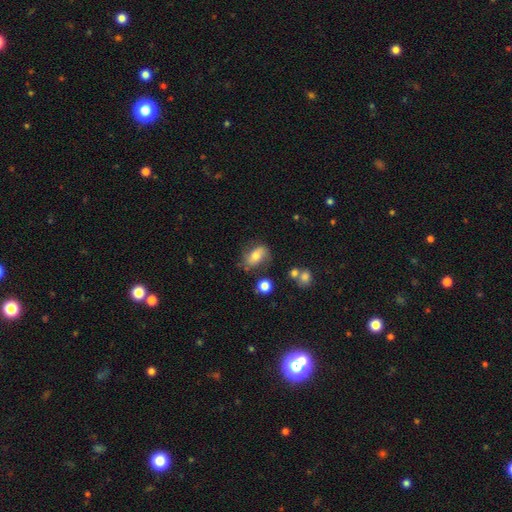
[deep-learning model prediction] smooth-or-featured: smooth: 55% | featured or disk: 35% | star or artifact: 10%
  how-rounded: in between: 78% | round: 18% | cigar-shaped: 3%
  merging: none: 64% | minor disturbance: 22% | major disturbance: 9% | merger: 5%